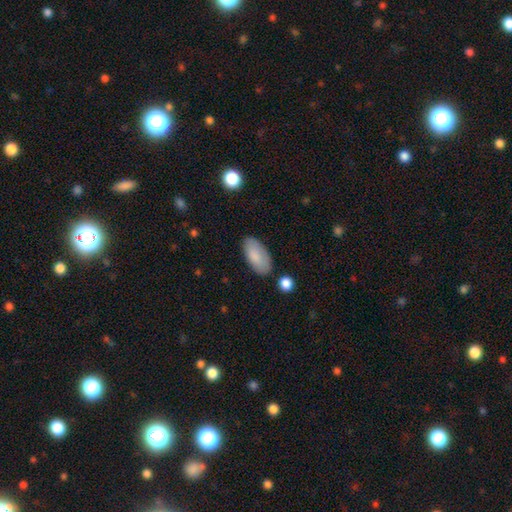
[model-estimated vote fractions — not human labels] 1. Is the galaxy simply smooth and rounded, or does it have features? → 84% smooth, 10% featured or disk, 6% star or artifact.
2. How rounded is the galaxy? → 93% in between, 5% cigar-shaped, 2% round.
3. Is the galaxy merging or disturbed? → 80% none, 14% minor disturbance, 3% major disturbance, 3% merger.